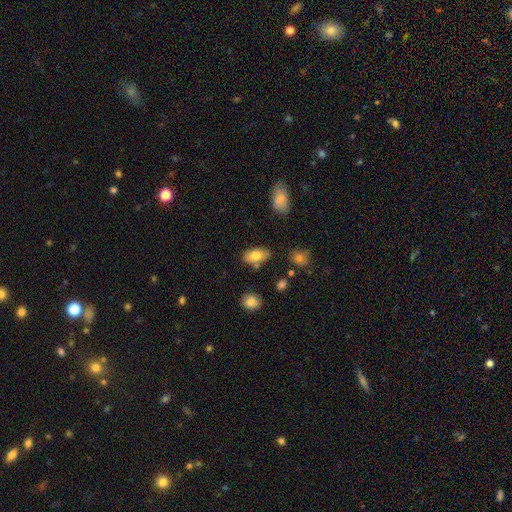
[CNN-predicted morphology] This appears to be a smooth galaxy with no disk features (76%) that is in between round and cigar-shaped (91%). Merging: none (77%).